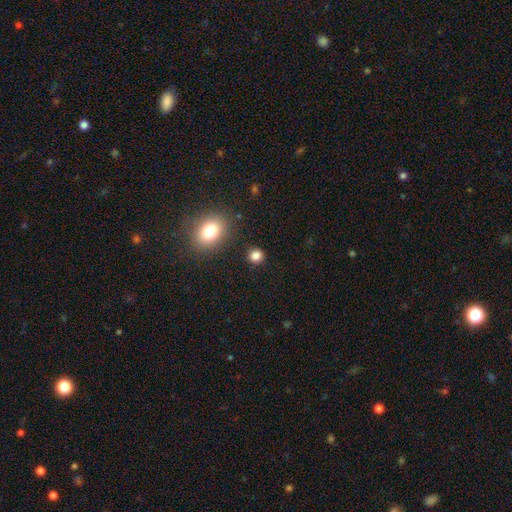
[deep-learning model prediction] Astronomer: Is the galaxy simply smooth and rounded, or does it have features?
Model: smooth — 83%.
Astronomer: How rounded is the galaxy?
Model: round — 87%.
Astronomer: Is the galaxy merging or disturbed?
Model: none — 88%.